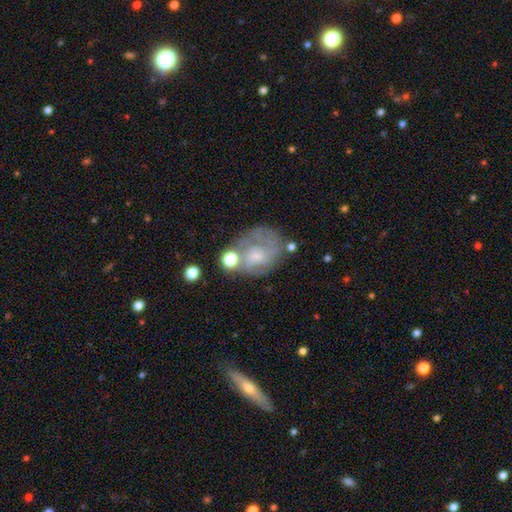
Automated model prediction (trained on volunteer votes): Smooth or featured? featured or disk (65%)
Edge-on disk? no (97%)
Bar? no (69%)
Spiral arms? yes (78%)
Bulge size? small (52%)
Merging? none (53%)